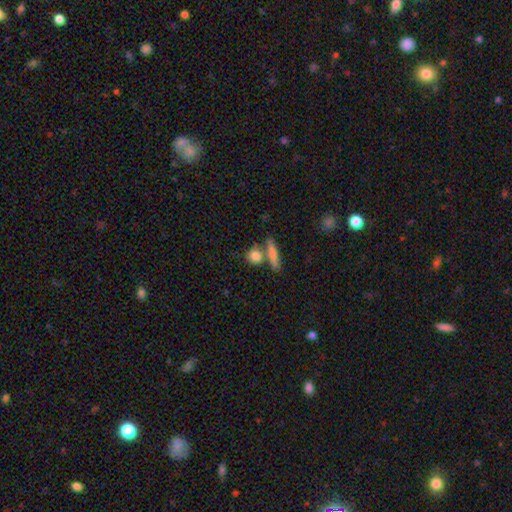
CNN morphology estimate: A smooth galaxy with no disk features (83%) that is round (64%).

Vote fractions:
- Smooth or featured? smooth: 83% / featured or disk: 9% / star or artifact: 8%
- How rounded? round: 64% / in between: 23% / cigar-shaped: 13%
- Merging? none: 59% / merger: 26% / minor disturbance: 10% / major disturbance: 5%